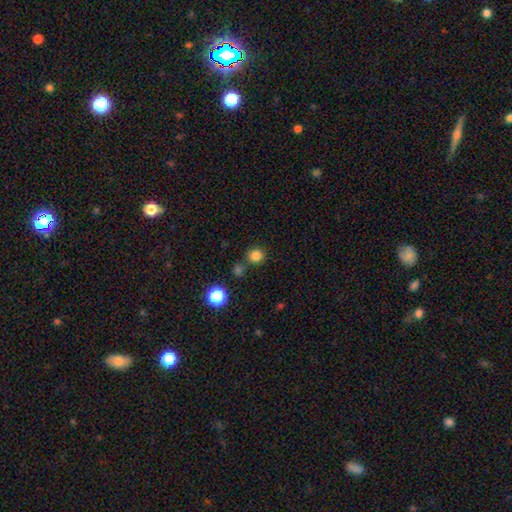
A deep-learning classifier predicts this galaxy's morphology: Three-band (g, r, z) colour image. It shows a smooth galaxy with no disk features (81%) that is round (91%). Merging: none (78%).